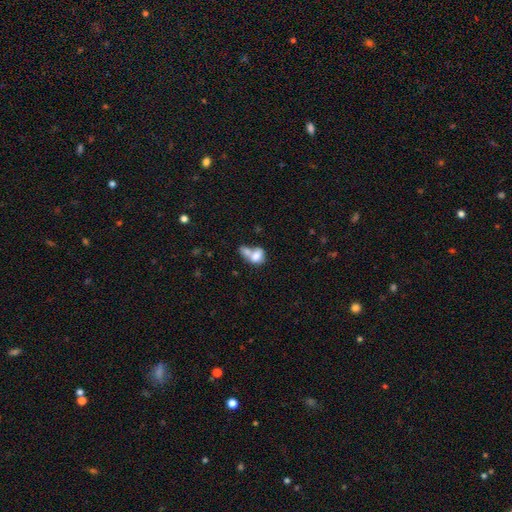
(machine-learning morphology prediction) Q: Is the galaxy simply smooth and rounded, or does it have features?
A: smooth — 73%.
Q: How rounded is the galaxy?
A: in between — 74%.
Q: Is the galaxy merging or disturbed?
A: merger — 68%.